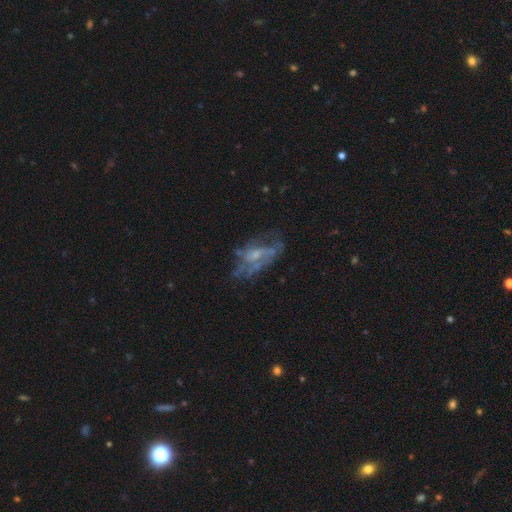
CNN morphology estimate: This appears to be a featured or disk galaxy (68%) with no bar (64%), spiral arms (50%, tied with no) and a small central bulge (48%). Merging: none (46%).